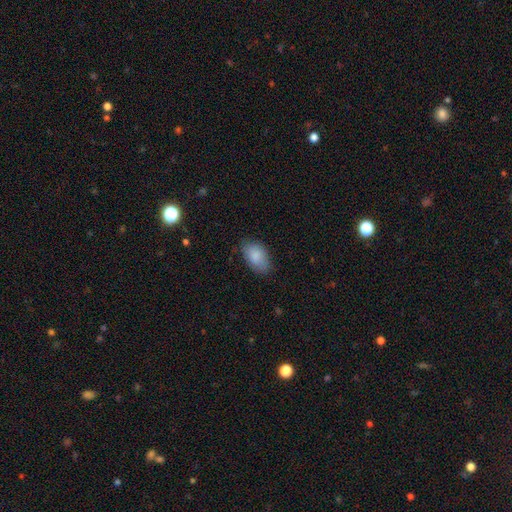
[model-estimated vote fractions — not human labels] smooth-or-featured: smooth: 87% | featured or disk: 7% | star or artifact: 6%
  how-rounded: in between: 92% | round: 6% | cigar-shaped: 1%
  merging: none: 76% | minor disturbance: 19% | major disturbance: 4% | merger: 1%